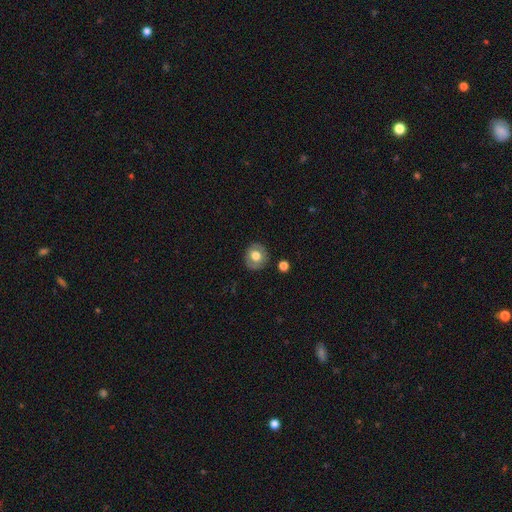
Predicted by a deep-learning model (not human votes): Overall: smooth (66%; featured or disk 26%). How rounded: round (83%). Merging: none (86%).